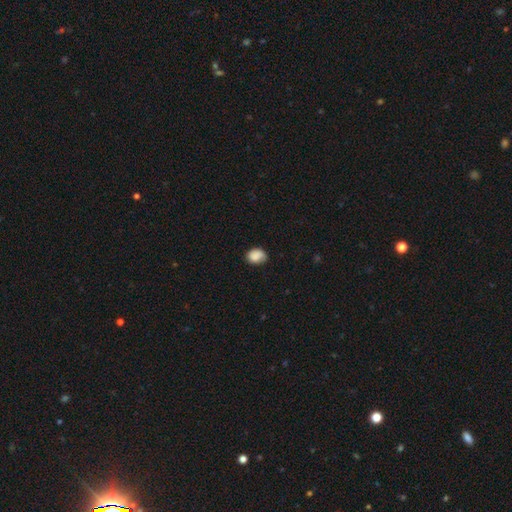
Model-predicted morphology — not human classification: Smooth or featured? smooth (85%)
How rounded? in between (60%)
Merging? none (67%)